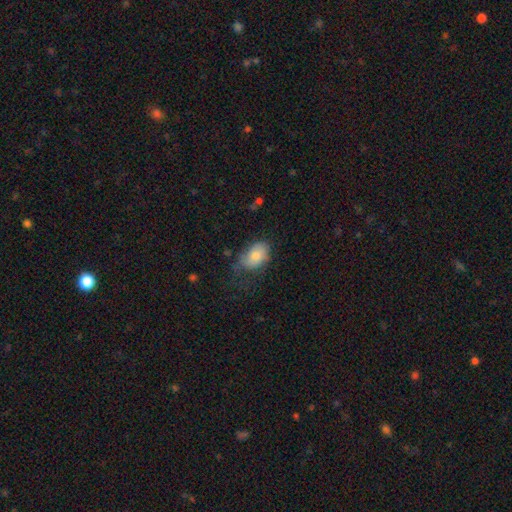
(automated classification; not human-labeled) Q: Smooth or featured?
A: smooth (77%); runner-up: featured or disk (16%)
Q: How rounded?
A: in between (85%); runner-up: round (14%)
Q: Merging?
A: none (52%); runner-up: minor disturbance (32%)